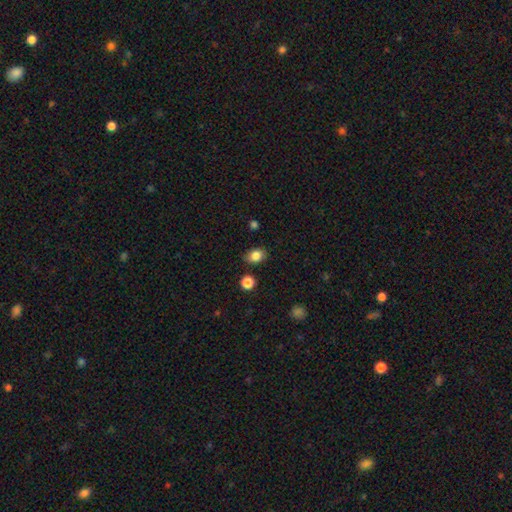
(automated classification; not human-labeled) smooth-or-featured: smooth: 84% | star or artifact: 10% | featured or disk: 6%
  how-rounded: in between: 63% | round: 35% | cigar-shaped: 1%
  merging: none: 83% | minor disturbance: 12% | merger: 3% | major disturbance: 3%